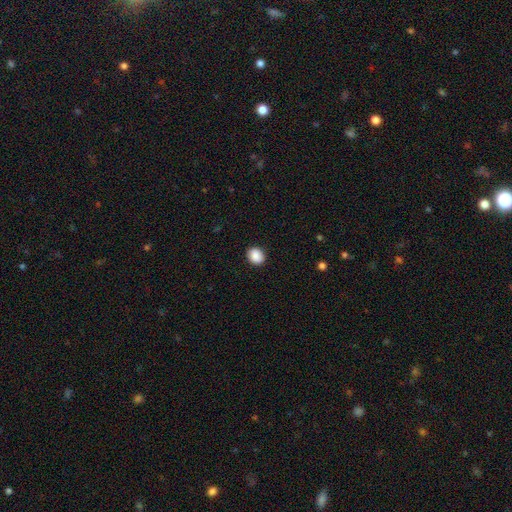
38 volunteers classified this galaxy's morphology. Smooth or featured? smooth (92%)
How rounded? round (71%)
Merging? none (94%)